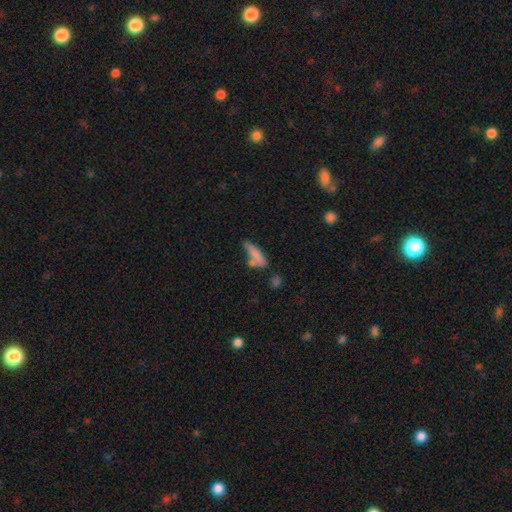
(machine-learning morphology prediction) This is likely a smooth galaxy (75%). How rounded: likely cigar-shaped (72%). Merging: possibly none (49%).